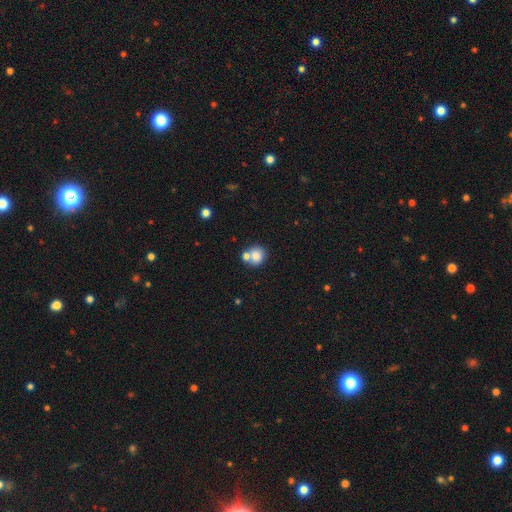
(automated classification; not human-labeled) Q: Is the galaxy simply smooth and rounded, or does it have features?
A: smooth — 80%.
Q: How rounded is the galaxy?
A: round — 83%.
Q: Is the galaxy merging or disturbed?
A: none — 53%.